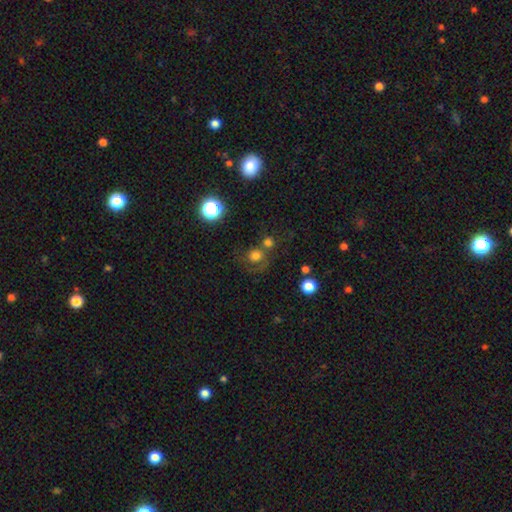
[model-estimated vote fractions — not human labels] A smooth galaxy with no disk features (70%) that is round (86%). Merging: none (49%).